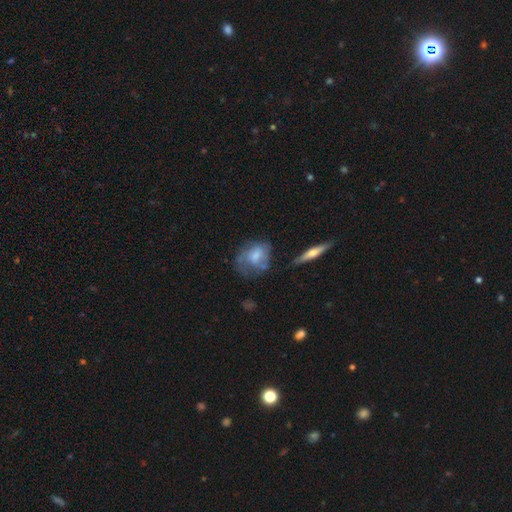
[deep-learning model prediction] This appears to be a smooth galaxy with no disk features (50%) that is in between round and cigar-shaped (59%). Merging: none (43%).